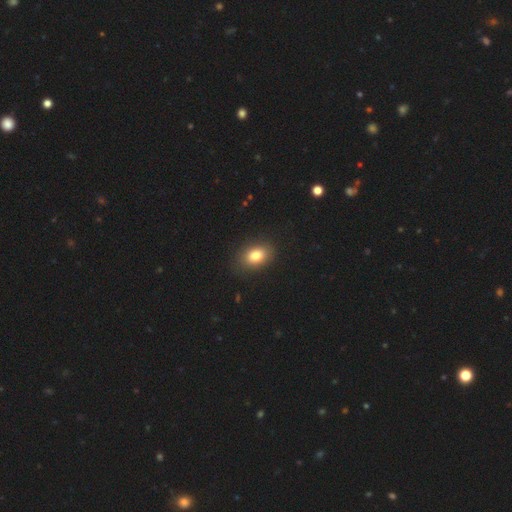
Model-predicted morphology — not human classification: The model was most divided on "how rounded": in between: 76%, round: 22%, cigar-shaped: 1%. More confident: merging — none (86%); smooth or featured — smooth (81%).